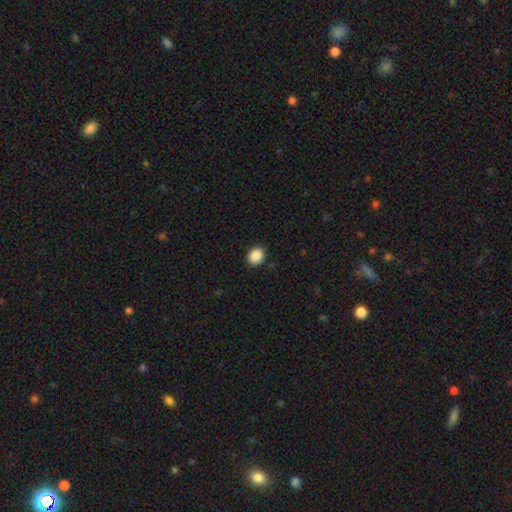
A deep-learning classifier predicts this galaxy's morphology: Smooth or featured? smooth (89%)
How rounded? round (51%)
Merging? none (89%)